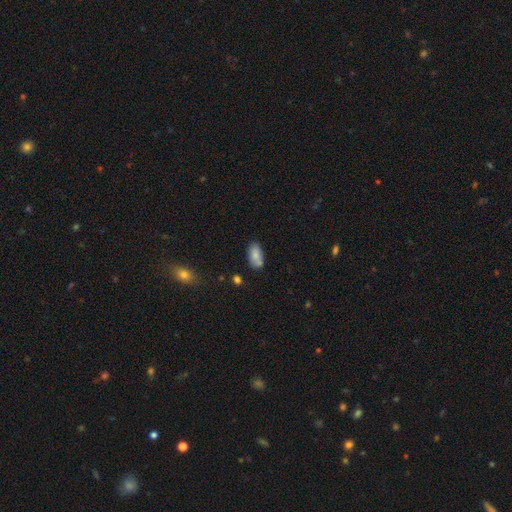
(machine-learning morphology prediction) Smooth or featured? Predicted: smooth (p=0.83). How rounded? Predicted: in between (p=0.93). Merging? Predicted: none (p=0.70).